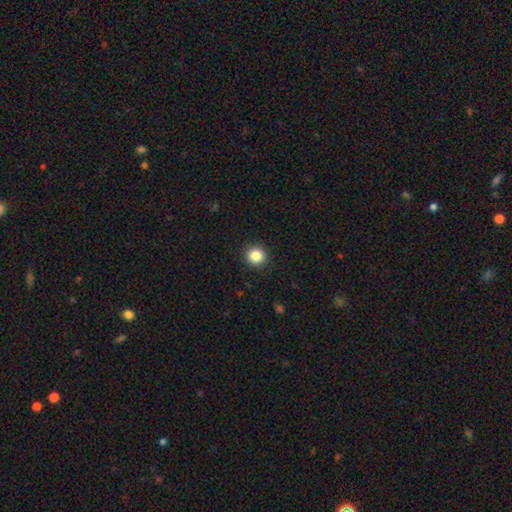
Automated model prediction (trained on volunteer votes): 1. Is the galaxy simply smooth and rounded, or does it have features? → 85% smooth, 11% star or artifact, 5% featured or disk.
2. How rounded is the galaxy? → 93% round, 6% in between, 1% cigar-shaped.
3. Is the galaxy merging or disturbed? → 92% none, 5% minor disturbance, 2% major disturbance, 1% merger.